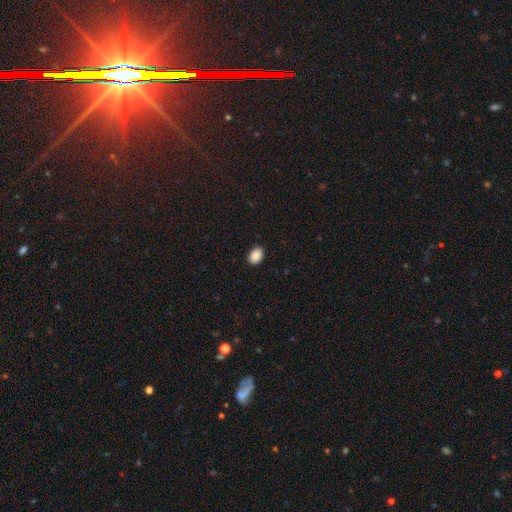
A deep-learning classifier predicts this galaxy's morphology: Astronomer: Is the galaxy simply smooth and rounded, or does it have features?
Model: smooth — 90%.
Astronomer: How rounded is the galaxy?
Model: in between — 80%.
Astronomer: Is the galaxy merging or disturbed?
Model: none — 90%.